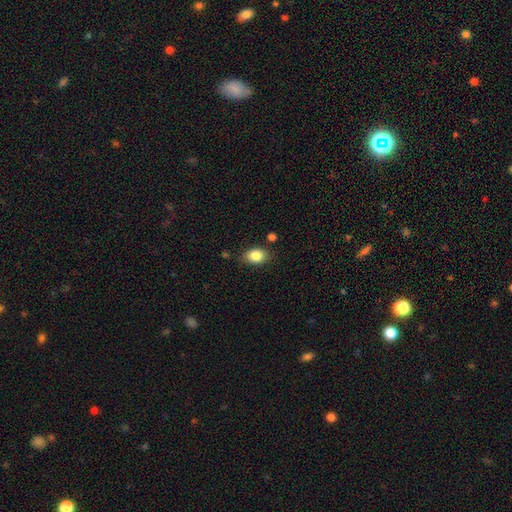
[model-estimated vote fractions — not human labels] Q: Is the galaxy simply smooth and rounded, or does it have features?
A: smooth — 85%.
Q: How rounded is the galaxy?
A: in between — 76%.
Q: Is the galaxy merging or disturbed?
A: none — 80%.